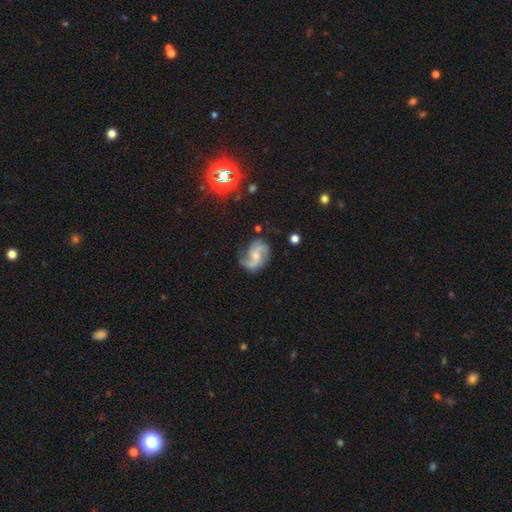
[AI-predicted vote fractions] The model was most divided on "bulge size": small: 47%, moderate: 36%, none: 13%, large: 3%, dominant: 1%. Remaining: edge-on disk — no (98%); spiral arms — yes (96%); smooth or featured — featured or disk (84%); merging — none (67%); spiral arm count — 2 (57%); bar — no (56%); spiral winding — medium (49%).